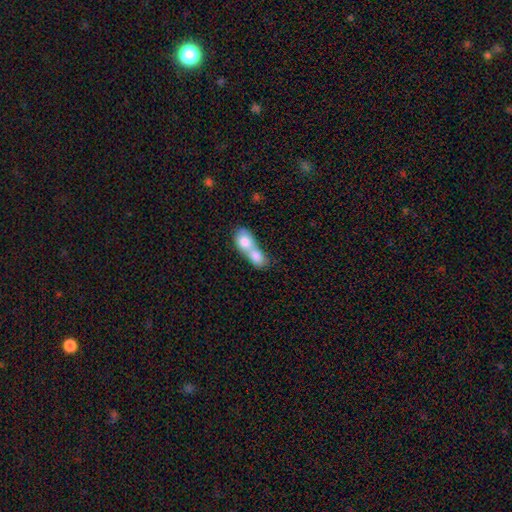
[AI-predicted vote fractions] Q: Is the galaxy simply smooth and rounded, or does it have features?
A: smooth — 74%.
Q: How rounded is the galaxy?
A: in between — 63%.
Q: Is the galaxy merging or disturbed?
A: merger — 83%.